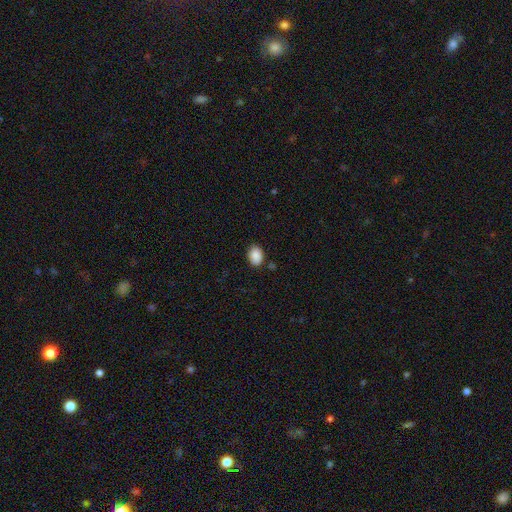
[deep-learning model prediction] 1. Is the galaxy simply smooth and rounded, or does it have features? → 90% smooth, 8% star or artifact, 3% featured or disk.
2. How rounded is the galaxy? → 79% in between, 20% round, 1% cigar-shaped.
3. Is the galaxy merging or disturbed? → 83% none, 12% minor disturbance, 3% major disturbance, 2% merger.